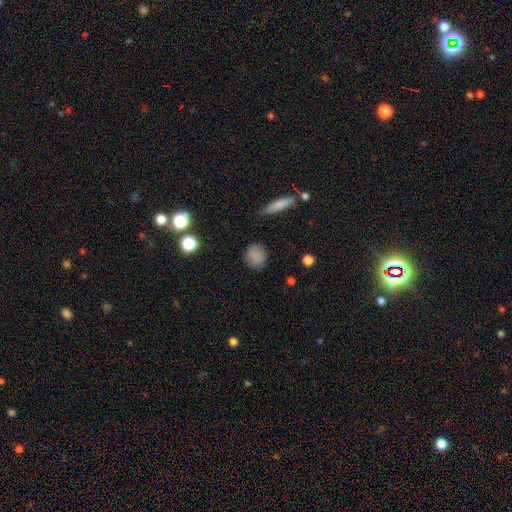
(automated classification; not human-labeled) Overall: smooth (84%). How rounded: round (79%). Merging: none (85%).